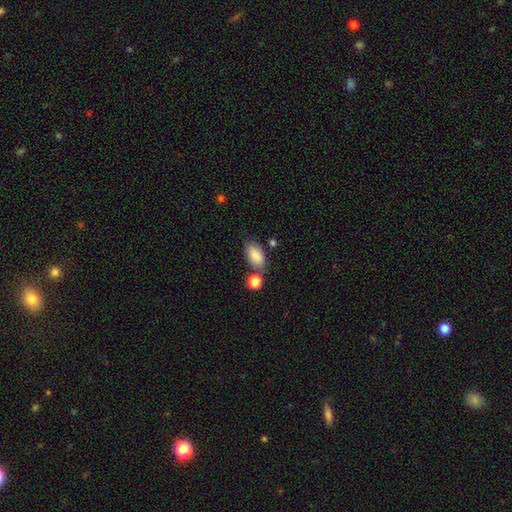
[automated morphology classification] A smooth galaxy with no disk features (86%) that is in between round and cigar-shaped (92%). Merging: none (66%).